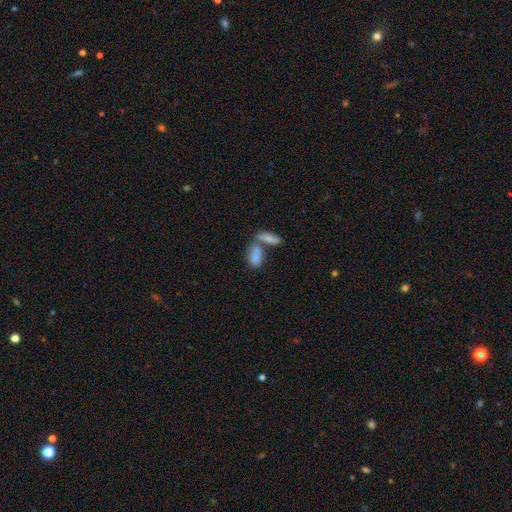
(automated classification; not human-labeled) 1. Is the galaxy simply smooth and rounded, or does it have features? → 79% smooth, 13% featured or disk, 8% star or artifact.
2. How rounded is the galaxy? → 86% in between, 10% cigar-shaped, 4% round.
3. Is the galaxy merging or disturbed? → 60% merger, 27% none, 8% minor disturbance, 5% major disturbance.